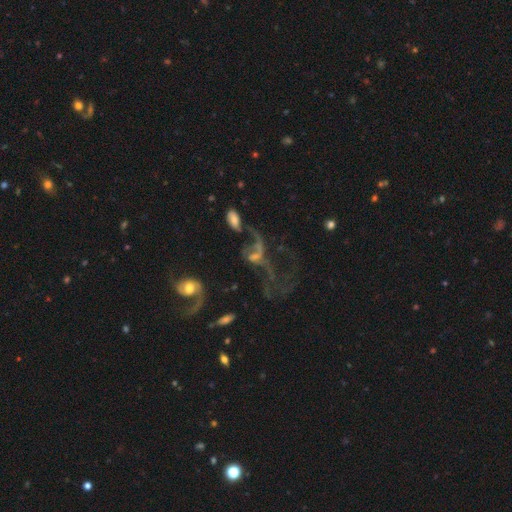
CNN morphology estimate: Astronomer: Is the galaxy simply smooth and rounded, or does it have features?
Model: featured or disk — 62%.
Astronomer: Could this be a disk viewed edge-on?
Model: no — 93%.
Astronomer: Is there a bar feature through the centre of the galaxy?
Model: no — 70%.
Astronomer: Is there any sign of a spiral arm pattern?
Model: no — 50%, tied with yes at 50%.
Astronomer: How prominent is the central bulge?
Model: none — 34% (runner-up: small, 33%).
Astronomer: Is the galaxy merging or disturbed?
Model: major disturbance — 39% (runner-up: merger, 28%).